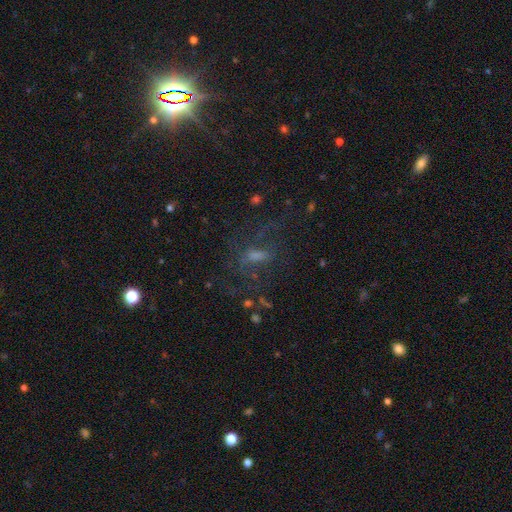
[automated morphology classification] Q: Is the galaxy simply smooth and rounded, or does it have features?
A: featured or disk — 51%.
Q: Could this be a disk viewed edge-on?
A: no — 91%.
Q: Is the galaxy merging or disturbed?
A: none — 51%.